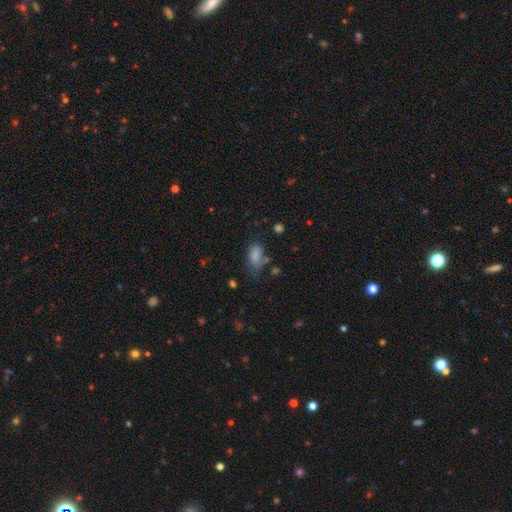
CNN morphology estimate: Smooth or featured? Predicted: smooth (p=0.79). How rounded? Predicted: in between (p=0.90). Merging? Predicted: none (p=0.43).